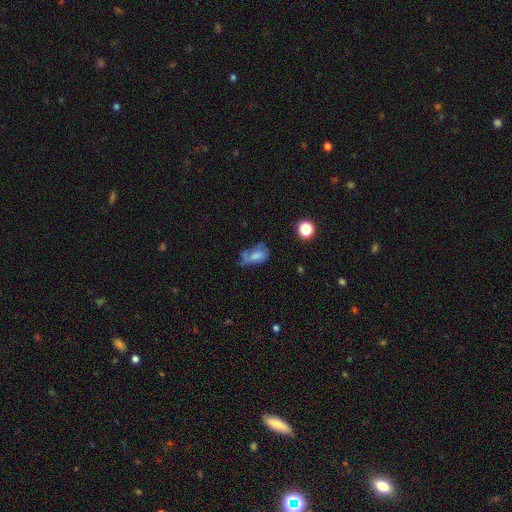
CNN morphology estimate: smooth_or_featured: smooth (p=0.61) [alt: featured or disk p=0.26]
how_rounded: in between (p=0.85) [alt: round p=0.10]
merging: major disturbance (p=0.31) [alt: minor disturbance p=0.29]